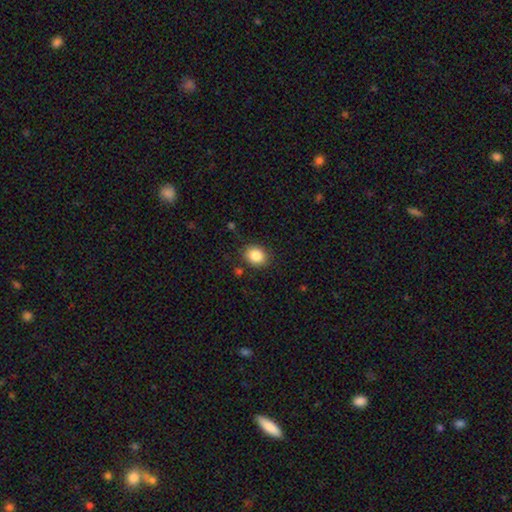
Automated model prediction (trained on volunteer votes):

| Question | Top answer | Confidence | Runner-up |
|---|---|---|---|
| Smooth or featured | smooth | 85% | star or artifact (9%) |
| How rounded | round | 51% | in between (48%) |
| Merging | none | 85% | minor disturbance (10%) |